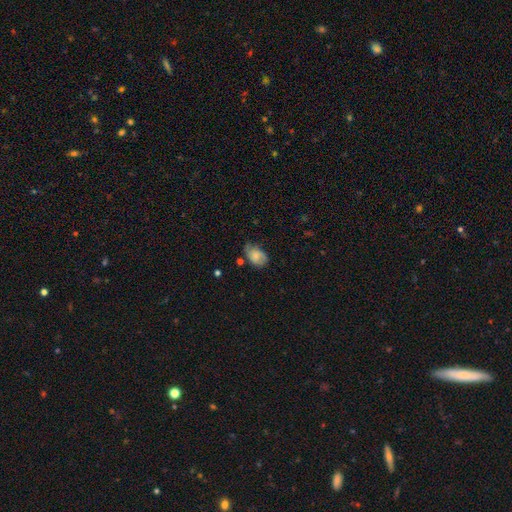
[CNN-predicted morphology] smooth-or-featured: smooth: 62% | featured or disk: 29% | star or artifact: 9%
  how-rounded: in between: 80% | round: 18% | cigar-shaped: 1%
  merging: none: 48% | minor disturbance: 35% | major disturbance: 13% | merger: 3%